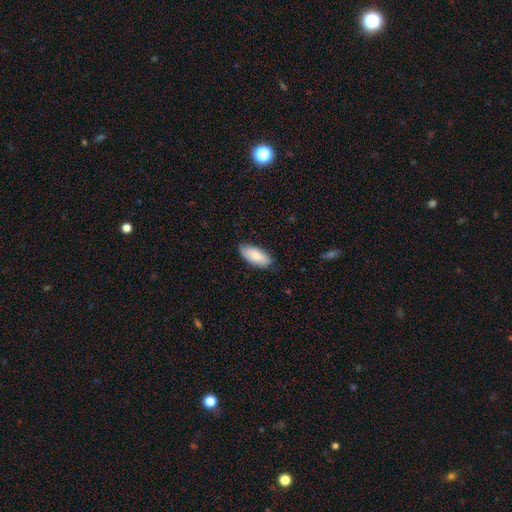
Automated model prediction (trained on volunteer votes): Smooth or featured: smooth — 82% (featured or disk — 12%)
How rounded: in between — 89% (cigar-shaped — 9%)
Merging: none — 80% (minor disturbance — 17%)